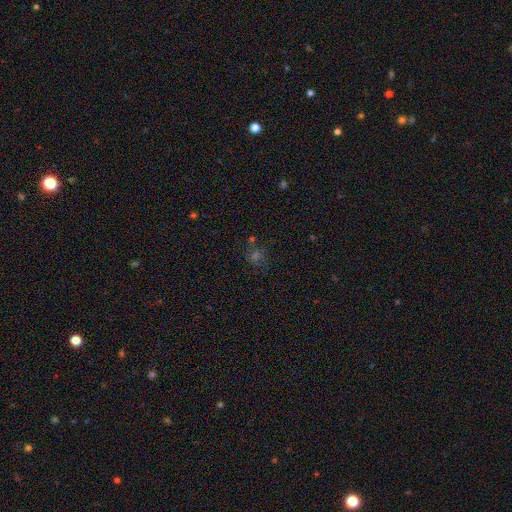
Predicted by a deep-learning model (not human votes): Smooth or featured? smooth (45%)
Merging? none (72%)